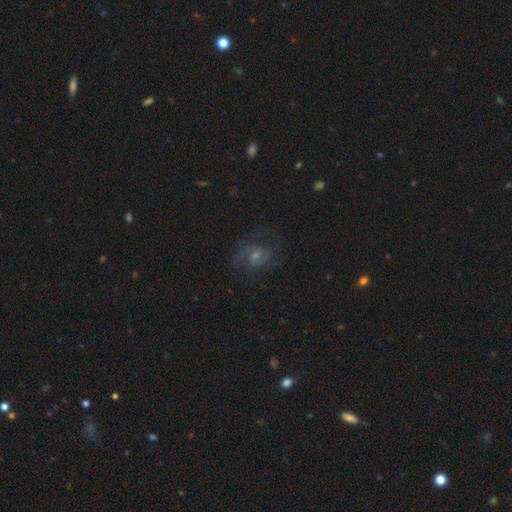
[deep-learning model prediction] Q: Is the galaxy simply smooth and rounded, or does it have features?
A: featured or disk — 56%.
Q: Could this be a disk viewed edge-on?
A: no — 97%.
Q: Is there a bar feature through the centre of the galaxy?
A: no — 67%.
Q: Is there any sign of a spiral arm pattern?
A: yes — 82%.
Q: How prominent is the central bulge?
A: small — 46%.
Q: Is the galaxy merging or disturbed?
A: none — 66%.